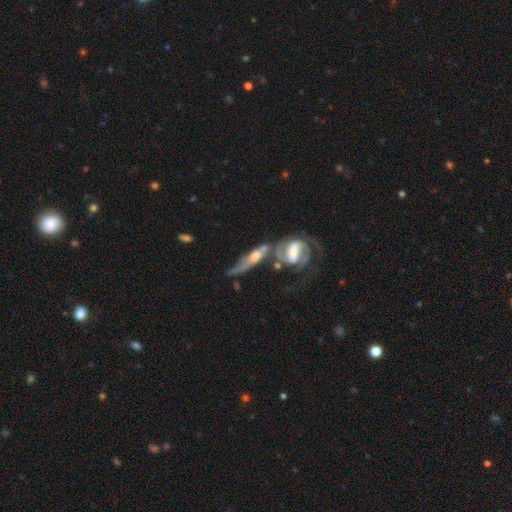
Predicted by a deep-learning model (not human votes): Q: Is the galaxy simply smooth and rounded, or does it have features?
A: featured or disk — 73%.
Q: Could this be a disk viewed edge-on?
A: no — 63%.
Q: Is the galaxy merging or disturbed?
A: merger — 49%.